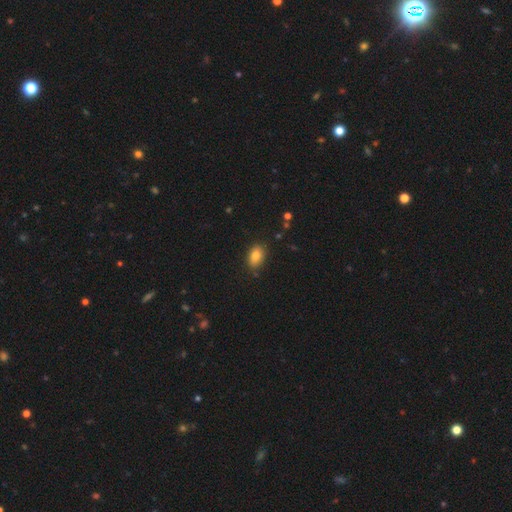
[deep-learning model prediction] Morphology: type=smooth (82%); roundness=in between (85%); merging=none (83%).